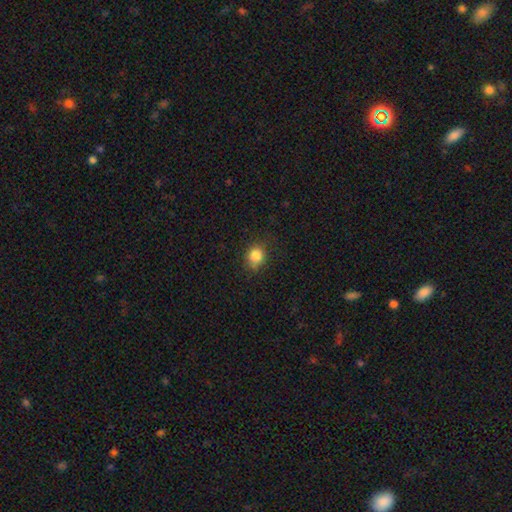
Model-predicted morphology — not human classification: smooth_or_featured: smooth (p=0.84) [alt: star or artifact p=0.11]
how_rounded: round (p=0.74) [alt: in between p=0.25]
merging: none (p=0.77) [alt: minor disturbance p=0.17]